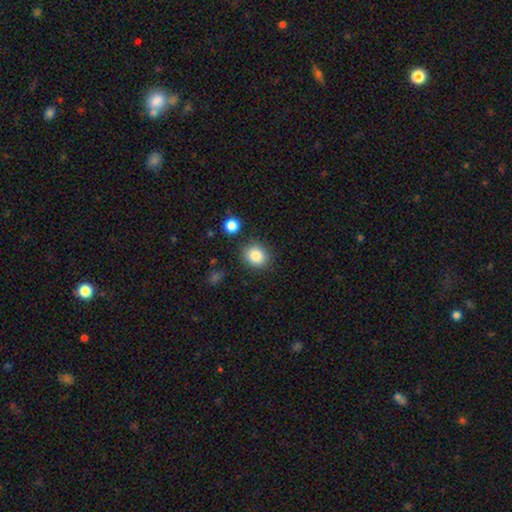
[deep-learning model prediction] Overall: smooth (85%). How rounded: round (75%). Merging: none (83%).